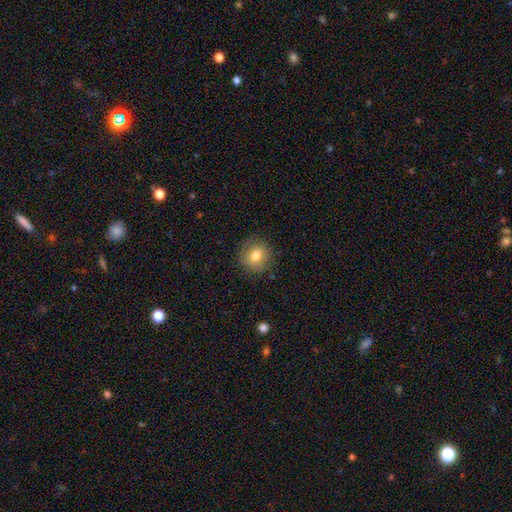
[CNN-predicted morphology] Smooth or featured? Predicted: smooth (p=0.74). How rounded? Predicted: round (p=0.82). Merging? Predicted: none (p=0.82).